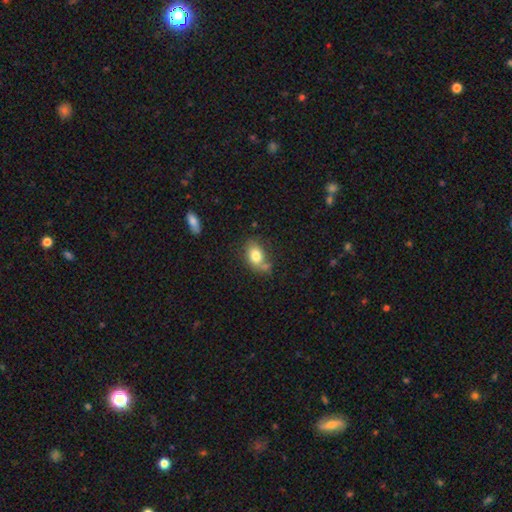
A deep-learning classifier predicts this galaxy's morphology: Smooth or featured: smooth — 80% (featured or disk — 12%)
How rounded: in between — 80% (round — 18%)
Merging: none — 56% (minor disturbance — 22%)